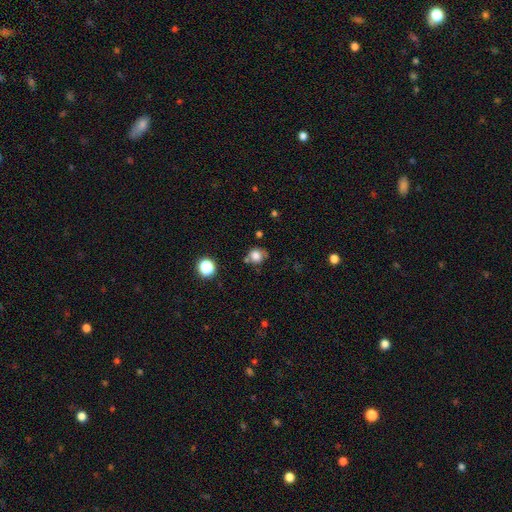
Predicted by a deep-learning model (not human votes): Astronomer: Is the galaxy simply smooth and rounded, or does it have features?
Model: smooth — 79%.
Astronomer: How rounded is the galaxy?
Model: round — 82%.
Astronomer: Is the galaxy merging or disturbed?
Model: none — 63%.